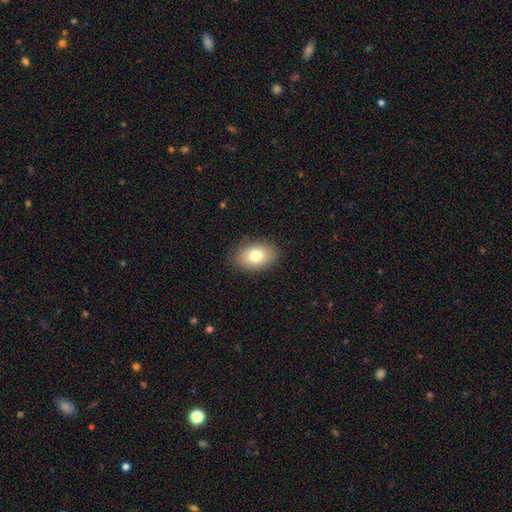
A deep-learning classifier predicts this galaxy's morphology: smooth 79%, featured or disk 13%, star or artifact 9%. Down the decision tree: how rounded — in between (84%); merging — none (87%).